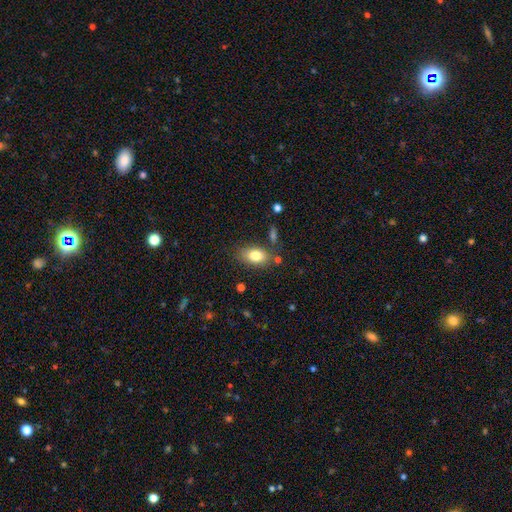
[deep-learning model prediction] Morphology: type=smooth (81%); roundness=in between (88%); merging=none (75%).